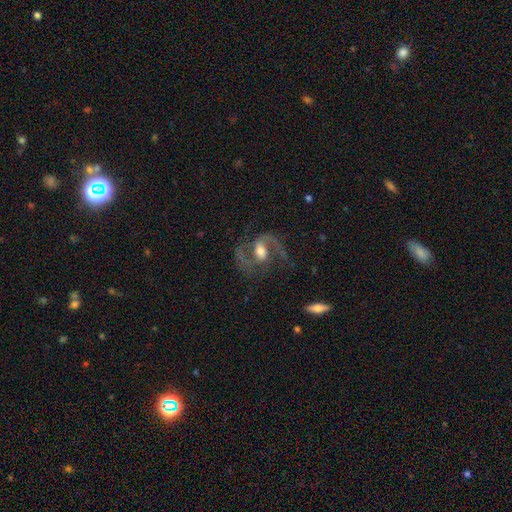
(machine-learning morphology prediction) Smooth or featured?
  - featured or disk: 89% *
  - star or artifact: 6%
  - smooth: 5%
Edge-on disk?
  - no: 97% *
  - yes: 3%
Bar?
  - weak: 45% *
  - strong: 28%
  - no: 27%
Spiral arms?
  - yes: 97% *
  - no: 3%
Spiral winding?
  - medium: 61% *
  - loose: 26%
  - tight: 13%
Spiral arm count?
  - 2: 92% *
  - can't tell: 2%
  - 1: 2%
  - 3: 2%
  - 4: 1%
  - more than 4: 1%
Bulge size?
  - moderate: 61% *
  - large: 18%
  - small: 17%
  - none: 2%
  - dominant: 2%
Merging?
  - none: 75% *
  - minor disturbance: 13%
  - major disturbance: 10%
  - merger: 2%